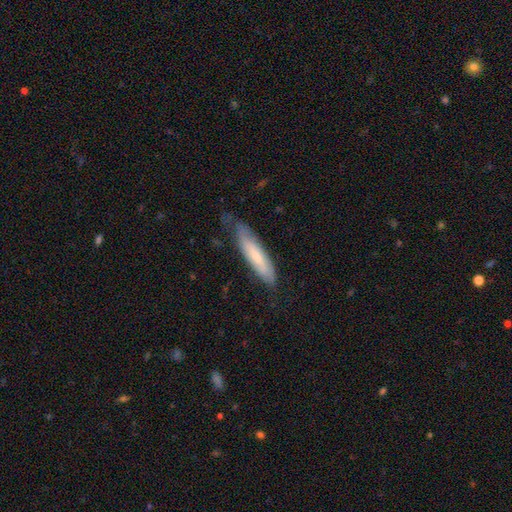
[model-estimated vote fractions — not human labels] Smooth or featured: smooth — 61% (featured or disk — 33%)
How rounded: cigar-shaped — 79% (in between — 20%)
Merging: none — 62% (minor disturbance — 29%)